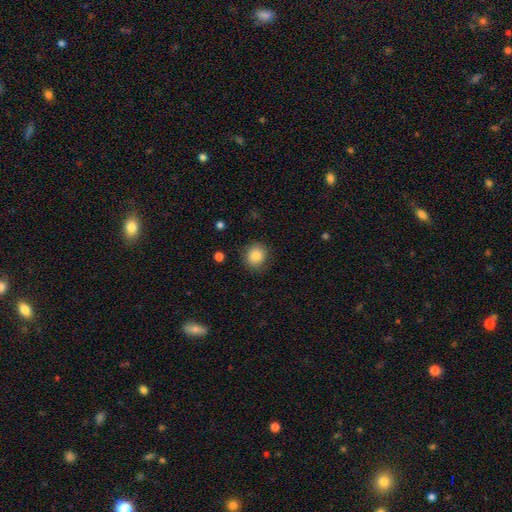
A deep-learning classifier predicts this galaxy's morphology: smooth-or-featured: smooth: 84% | star or artifact: 9% | featured or disk: 7%
  how-rounded: round: 84% | in between: 15% | cigar-shaped: 1%
  merging: none: 83% | minor disturbance: 12% | major disturbance: 4% | merger: 1%